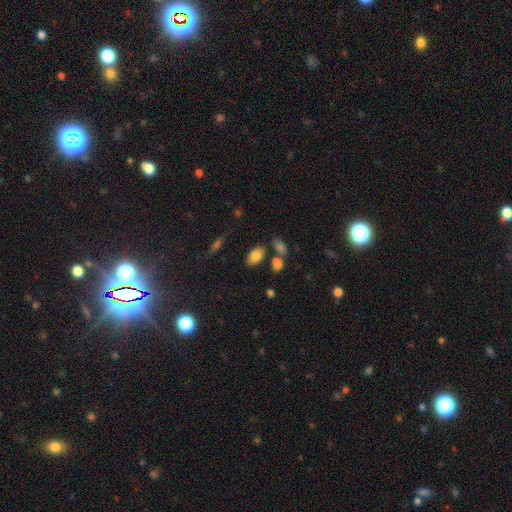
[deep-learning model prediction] This is clearly a smooth galaxy (81%). How rounded: clearly in between (91%). Merging: likely none (73%).